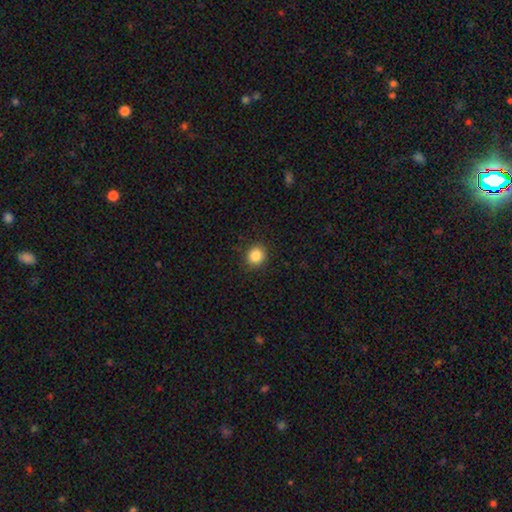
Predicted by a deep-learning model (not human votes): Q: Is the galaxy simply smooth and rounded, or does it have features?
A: smooth — 86%.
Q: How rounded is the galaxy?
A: round — 85%.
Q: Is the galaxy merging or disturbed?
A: none — 90%.